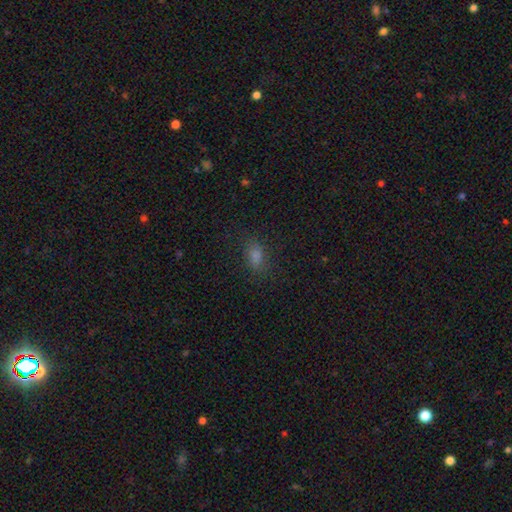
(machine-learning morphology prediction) type=smooth (73%); roundness=in between (80%); merging=none (81%).